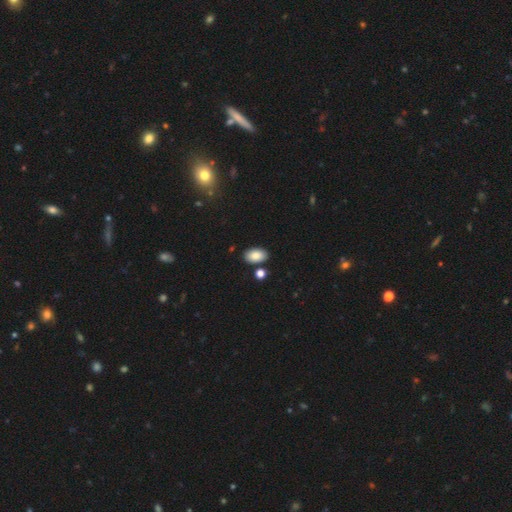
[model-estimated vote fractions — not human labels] Smooth or featured? smooth (85%)
How rounded? in between (93%)
Merging? none (82%)